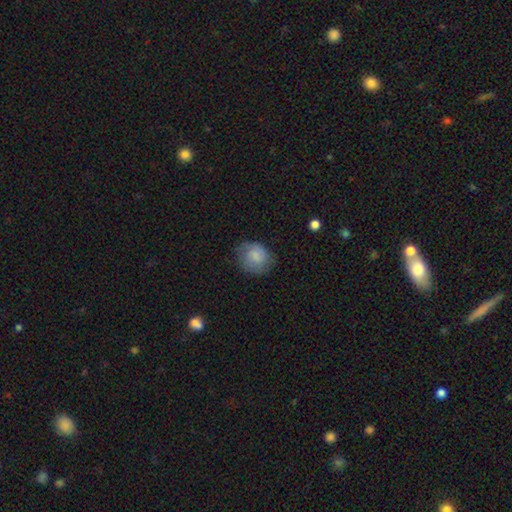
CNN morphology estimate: Smooth or featured?
  - smooth: 69% *
  - featured or disk: 23%
  - star or artifact: 7%
How rounded?
  - round: 70% *
  - in between: 29%
  - cigar-shaped: 1%
Merging?
  - none: 70% *
  - minor disturbance: 22%
  - major disturbance: 7%
  - merger: 1%